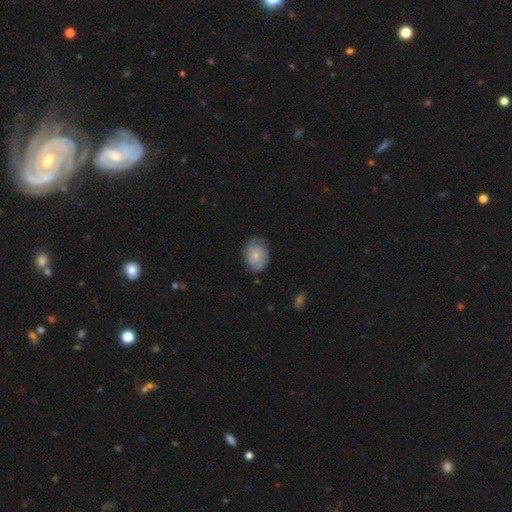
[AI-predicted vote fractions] Smooth or featured? smooth (65%)
How rounded? in between (56%)
Merging? none (65%)